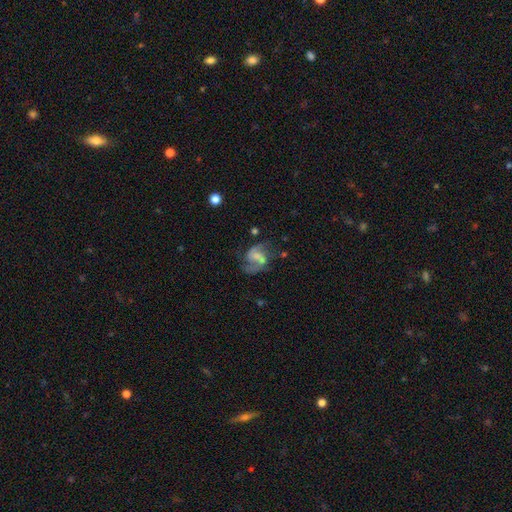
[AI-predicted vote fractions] This is likely a featured or disk galaxy (75%). It is clearly not viewed edge-on (98%). Bar: possibly weak (46%). Spiral arm pattern: clearly yes (89%). Spiral arm count: clearly 2 (81%). Spiral winding: possibly medium (46%). Central bulge: marginally none (35%, tied with small). Merging: possibly none (48%).